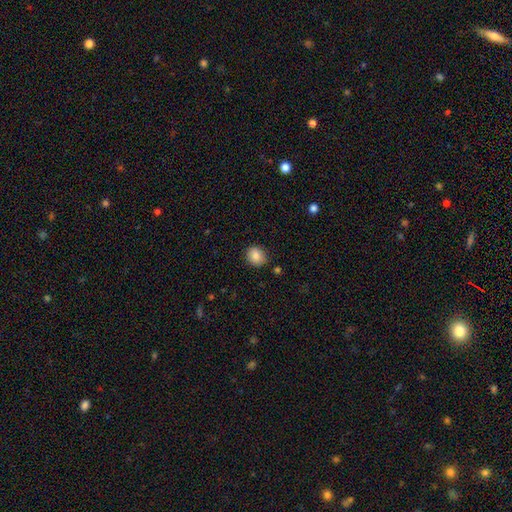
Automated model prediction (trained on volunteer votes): This is clearly a smooth galaxy (86%). How rounded: likely round (66%). Merging: clearly none (86%).